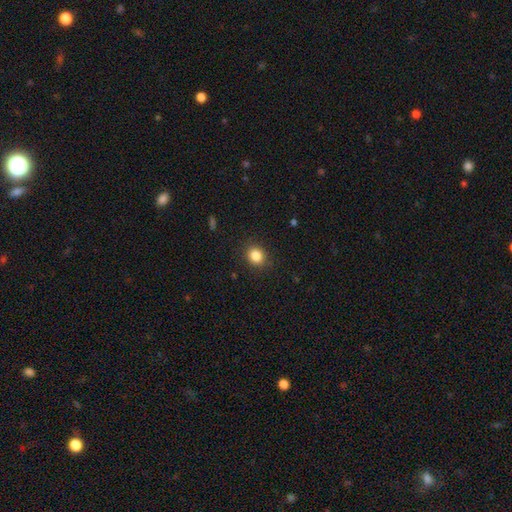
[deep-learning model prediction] This is clearly a smooth galaxy (85%). How rounded: likely round (75%). Merging: clearly none (88%).